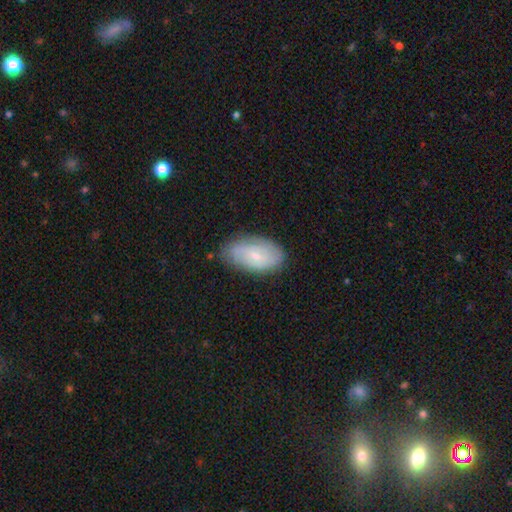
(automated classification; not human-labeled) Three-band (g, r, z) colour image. It shows a smooth galaxy with no disk features (47%). Merging: none (77%).